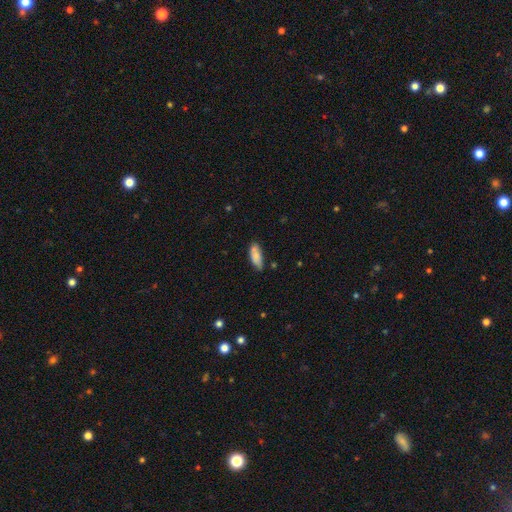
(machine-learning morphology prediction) smooth_or_featured: smooth (p=0.82) [alt: featured or disk p=0.11]
how_rounded: in between (p=0.67) [alt: cigar-shaped p=0.31]
merging: none (p=0.67) [alt: minor disturbance p=0.24]